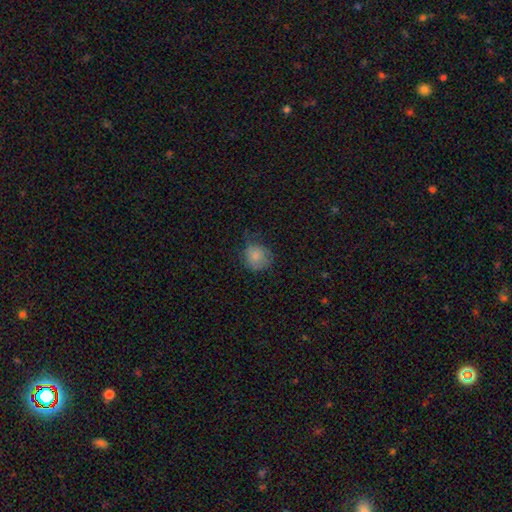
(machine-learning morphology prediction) Smooth or featured: smooth — 82% (featured or disk — 9%)
How rounded: round — 81% (in between — 18%)
Merging: none — 49% (minor disturbance — 34%)